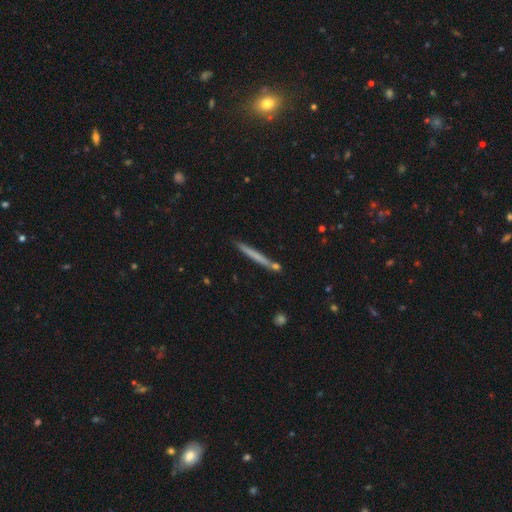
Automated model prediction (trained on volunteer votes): The model was most divided on "smooth or featured": smooth: 57%, featured or disk: 37%, star or artifact: 6%. More confident: how rounded — cigar-shaped (97%); merging — none (84%).